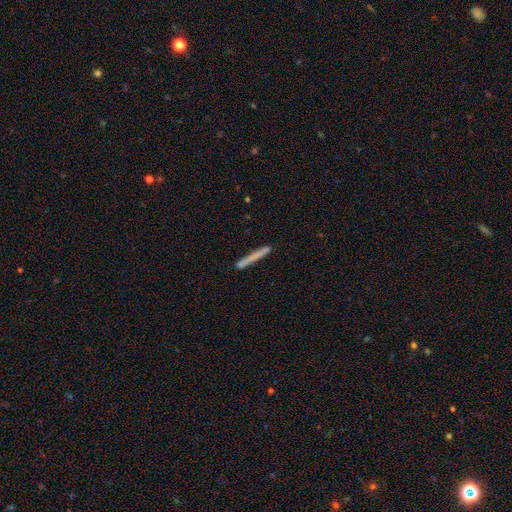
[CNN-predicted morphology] smooth-or-featured: smooth: 70% | featured or disk: 24% | star or artifact: 6%
  how-rounded: cigar-shaped: 97% | in between: 2% | round: 1%
  merging: none: 88% | minor disturbance: 8% | merger: 2% | major disturbance: 2%